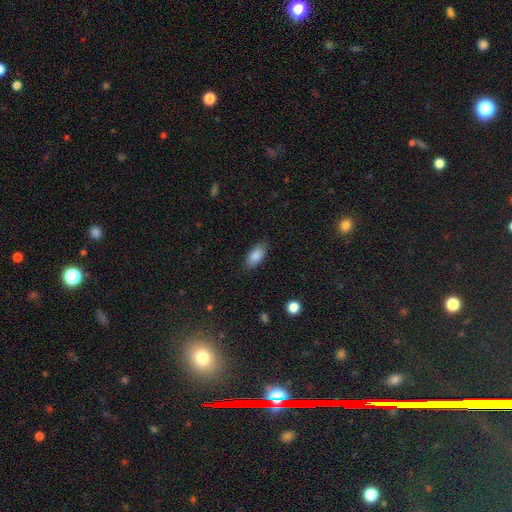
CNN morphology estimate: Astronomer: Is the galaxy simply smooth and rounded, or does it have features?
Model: smooth — 88%.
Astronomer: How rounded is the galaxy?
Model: in between — 90%.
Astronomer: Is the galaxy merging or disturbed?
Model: none — 84%.